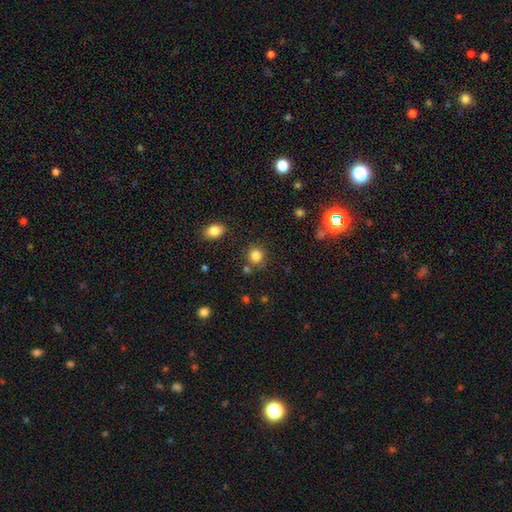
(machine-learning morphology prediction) Smooth or featured? smooth (84%)
How rounded? round (88%)
Merging? none (81%)